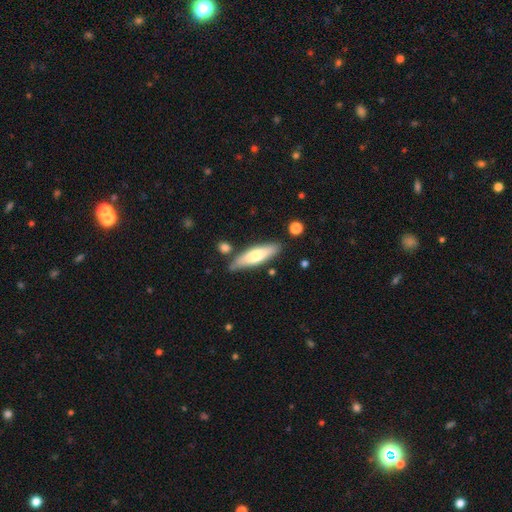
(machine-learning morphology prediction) smooth_or_featured: smooth (p=0.61) [alt: featured or disk p=0.34]
how_rounded: cigar-shaped (p=0.64) [alt: in between p=0.34]
merging: none (p=0.79) [alt: minor disturbance p=0.14]